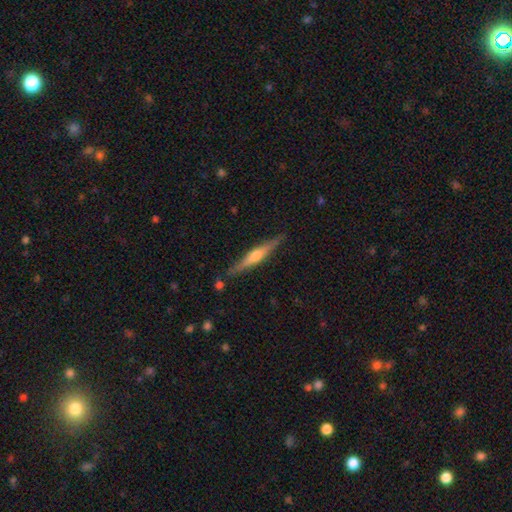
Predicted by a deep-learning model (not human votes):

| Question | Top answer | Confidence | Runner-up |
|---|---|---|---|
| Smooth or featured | featured or disk | 70% | smooth (25%) |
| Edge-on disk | yes | 97% | no (3%) |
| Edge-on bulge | rounded | 85% | boxy (8%) |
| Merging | none | 86% | minor disturbance (10%) |